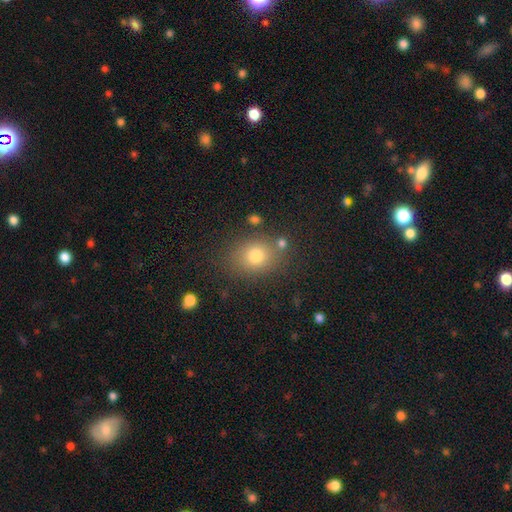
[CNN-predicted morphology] This appears to be a smooth galaxy with no disk features (76%) that is in between round and cigar-shaped (50%). Merging: none (76%).